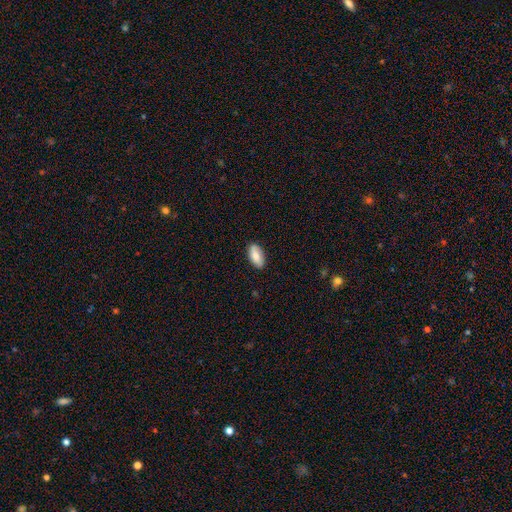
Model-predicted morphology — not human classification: A smooth galaxy with no disk features (79%) that is in between round and cigar-shaped (92%). Merging: none (87%).